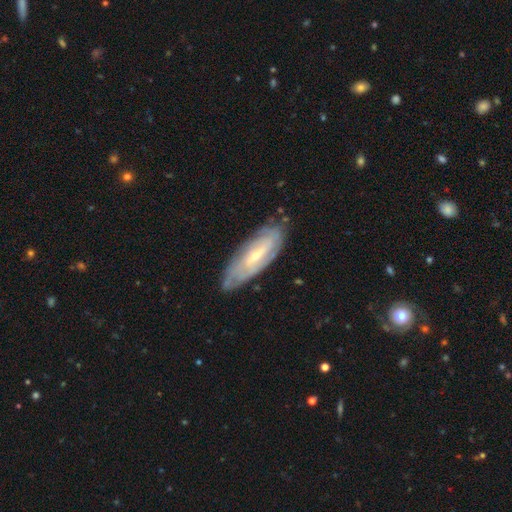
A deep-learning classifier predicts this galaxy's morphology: smooth-or-featured: featured or disk: 76% | smooth: 18% | star or artifact: 6%
  disk-edge-on: no: 83% | yes: 17%
    bar: weak: 42% | no: 37% | strong: 20%
    has-spiral-arms: yes: 85% | no: 15%
      spiral-winding: tight: 66% | medium: 25% | loose: 8%
      spiral-arm-count: can't tell: 54% | 2: 24% | 3: 8% | 4: 7% | more than 4: 4% | 1: 3%
    bulge-size: small: 68% | moderate: 29% | none: 1% | large: 1% | dominant: 1%
  merging: none: 75% | minor disturbance: 19% | major disturbance: 4% | merger: 2%